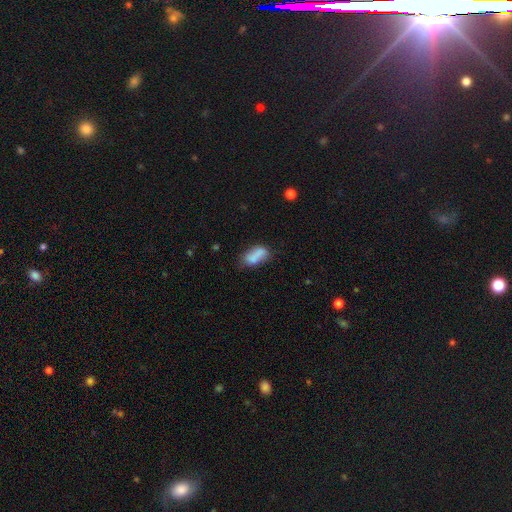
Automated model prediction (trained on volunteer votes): Overall: smooth (74%). How rounded: in between (85%). Merging: none (46%; minor disturbance 23%).